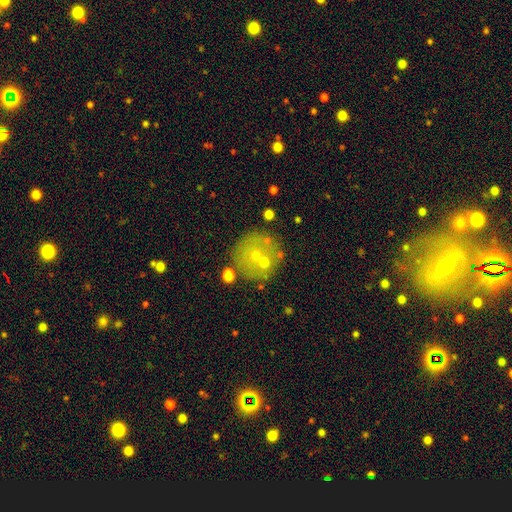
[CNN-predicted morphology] smooth 51%, featured or disk 31%, star or artifact 18%. Down the decision tree: how rounded — round (92%); merging — none (68%).